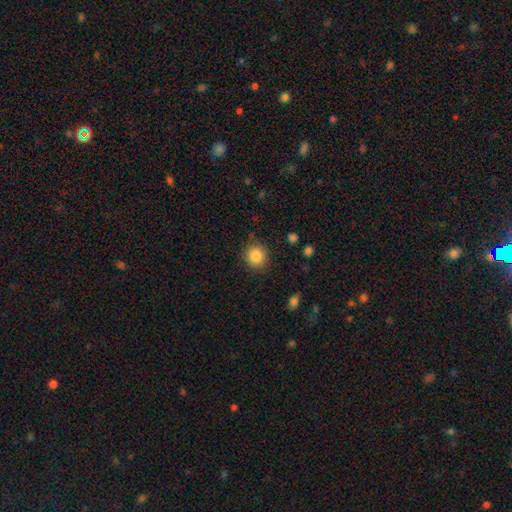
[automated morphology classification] Overall: smooth (86%). How rounded: round (89%). Merging: none (87%).